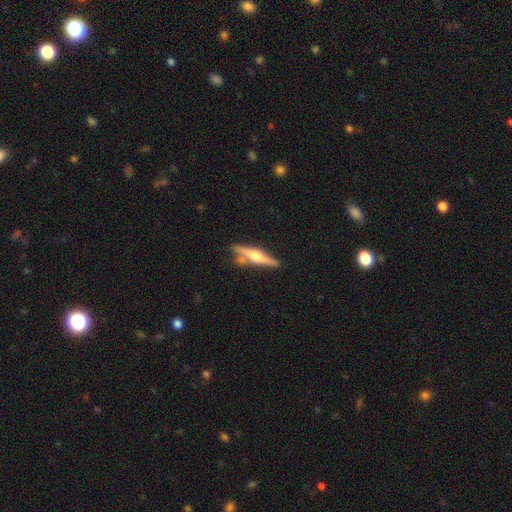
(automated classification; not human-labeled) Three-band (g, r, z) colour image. It shows a featured or disk galaxy (64%) viewed edge-on (96%) with a rounded central bulge (86%). Merging: none (73%).